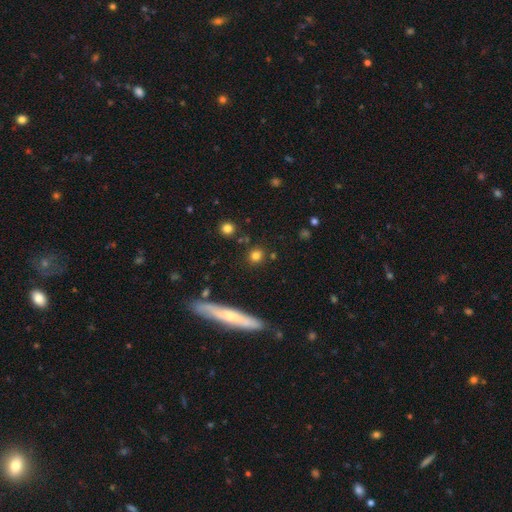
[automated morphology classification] Q: Smooth or featured?
A: smooth (79%); runner-up: star or artifact (12%)
Q: How rounded?
A: round (82%); runner-up: in between (14%)
Q: Merging?
A: none (85%); runner-up: minor disturbance (8%)